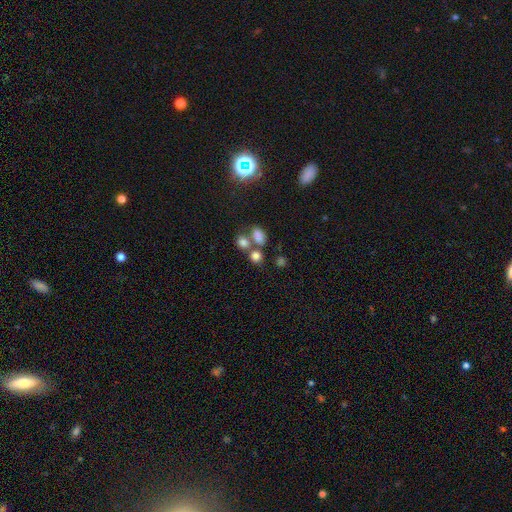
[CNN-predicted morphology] Smooth or featured?
  - smooth: 76% *
  - star or artifact: 14%
  - featured or disk: 10%
How rounded?
  - round: 66% *
  - in between: 33%
  - cigar-shaped: 1%
Merging?
  - none: 46% *
  - merger: 40%
  - minor disturbance: 9%
  - major disturbance: 5%